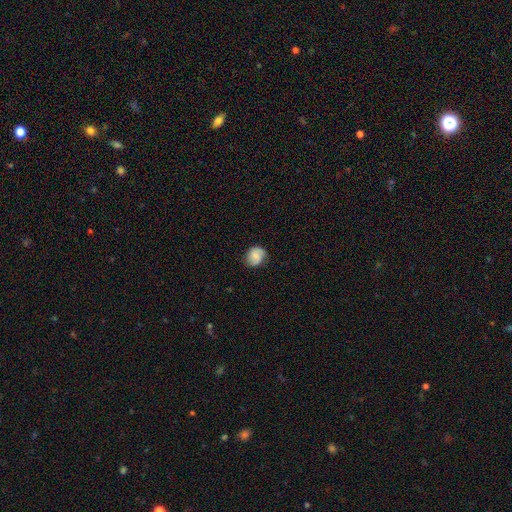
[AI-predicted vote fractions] smooth 61%, featured or disk 31%, star or artifact 8%. Down the decision tree: how rounded — round (64%); merging — none (72%).